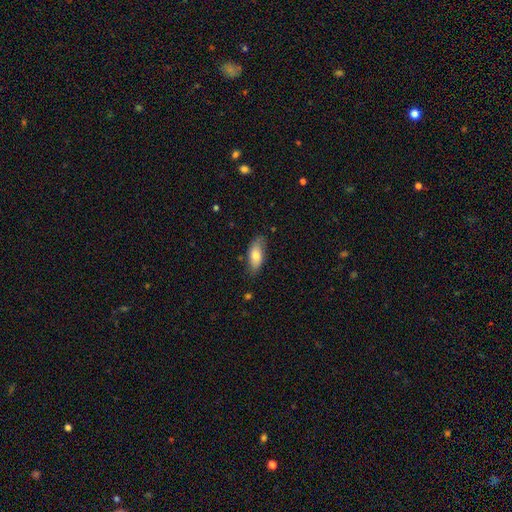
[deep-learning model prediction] smooth_or_featured: smooth (p=0.75) [alt: featured or disk p=0.19]
how_rounded: in between (p=0.84) [alt: cigar-shaped p=0.13]
merging: none (p=0.72) [alt: minor disturbance p=0.22]